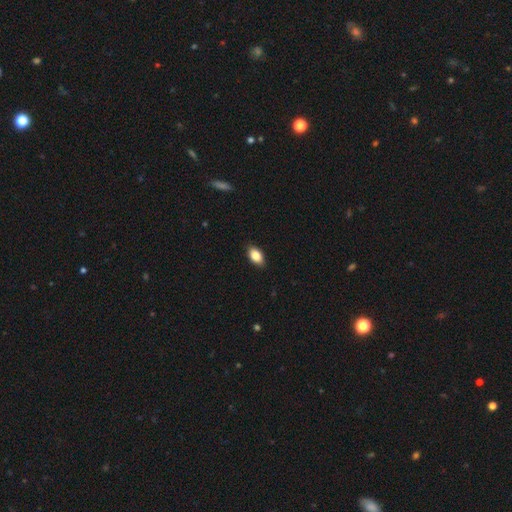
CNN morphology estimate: smooth-or-featured: smooth: 84% | featured or disk: 9% | star or artifact: 7%
  how-rounded: in between: 90% | round: 7% | cigar-shaped: 3%
  merging: none: 87% | minor disturbance: 10% | major disturbance: 2% | merger: 1%